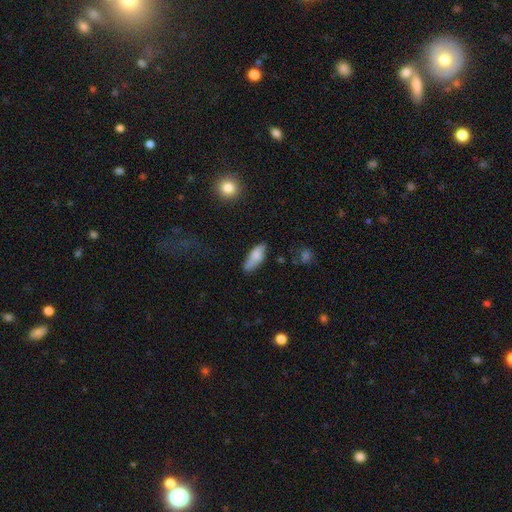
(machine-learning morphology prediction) Smooth or featured? Predicted: smooth (p=0.75). How rounded? Predicted: in between (p=0.68). Merging? Predicted: none (p=0.67).